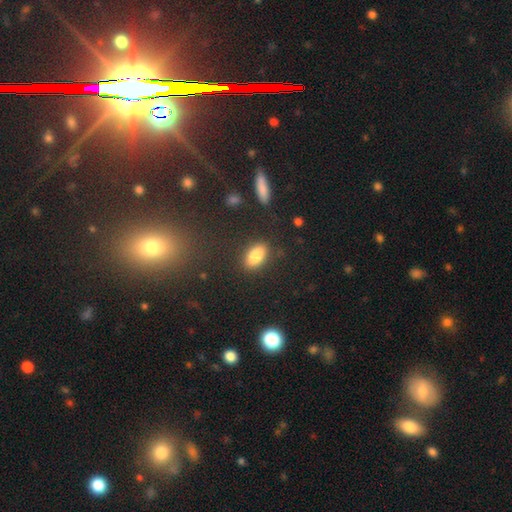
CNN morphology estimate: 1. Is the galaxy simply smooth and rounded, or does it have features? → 83% smooth, 9% featured or disk, 8% star or artifact.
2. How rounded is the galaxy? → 88% in between, 6% round, 5% cigar-shaped.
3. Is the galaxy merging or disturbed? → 84% none, 10% minor disturbance, 3% major disturbance, 2% merger.